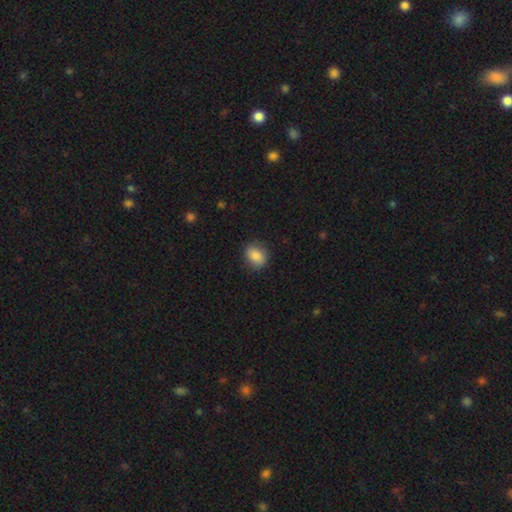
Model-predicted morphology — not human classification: Q: Smooth or featured?
A: smooth (87%); runner-up: star or artifact (8%)
Q: How rounded?
A: in between (62%); runner-up: round (37%)
Q: Merging?
A: none (82%); runner-up: minor disturbance (13%)